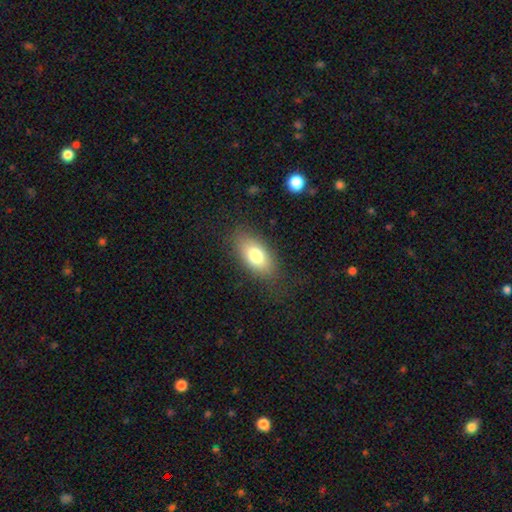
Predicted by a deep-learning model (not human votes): Smooth or featured: smooth — 76% (featured or disk — 16%)
How rounded: in between — 89% (round — 5%)
Merging: none — 80% (minor disturbance — 14%)